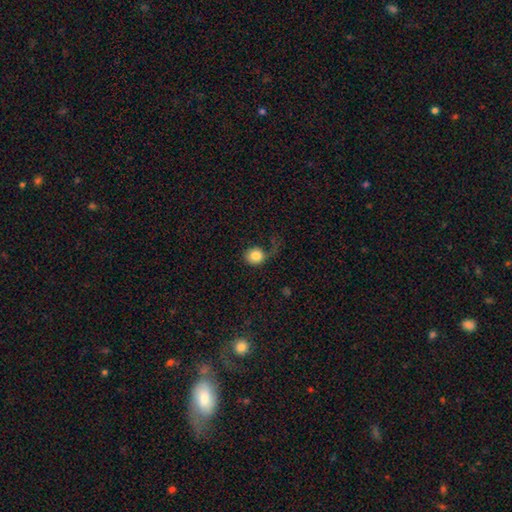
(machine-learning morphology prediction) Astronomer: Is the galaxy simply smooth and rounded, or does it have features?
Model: smooth — 83%.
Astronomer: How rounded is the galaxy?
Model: round — 80%.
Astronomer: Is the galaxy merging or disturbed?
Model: none — 49% (runner-up: major disturbance, 25%).